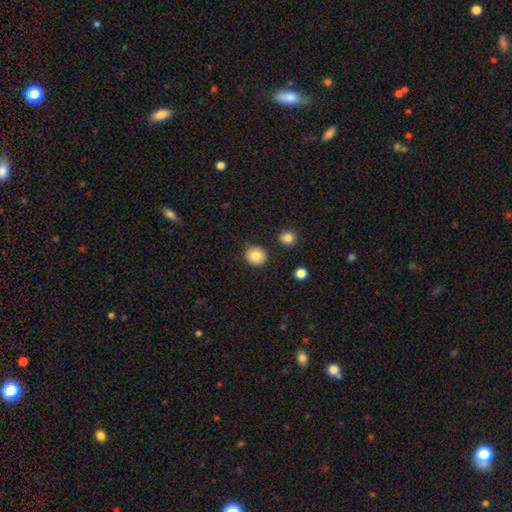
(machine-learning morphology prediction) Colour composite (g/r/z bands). It shows a smooth galaxy with no disk features (84%) that is round (86%). Merging: none (87%).